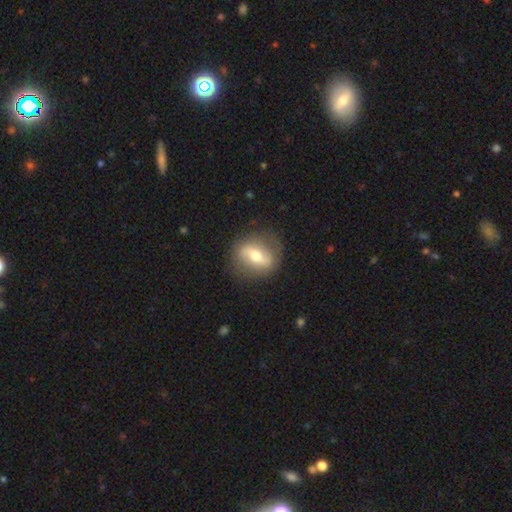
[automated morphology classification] A featured or disk galaxy (61%) with a strong bar (53%), spiral arms (52%) and a moderate central bulge (69%). Merging: none (82%).